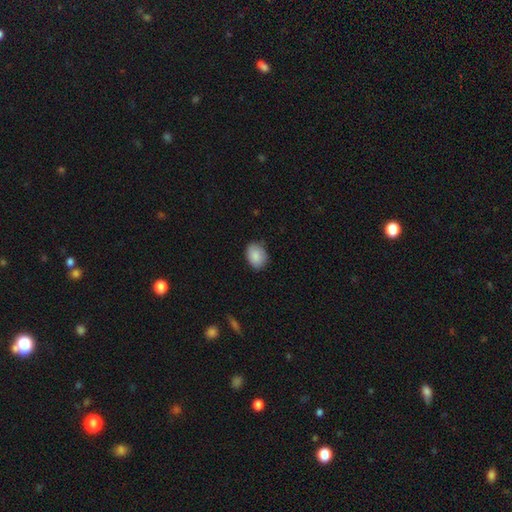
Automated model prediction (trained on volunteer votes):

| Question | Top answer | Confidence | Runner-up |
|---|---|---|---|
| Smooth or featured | smooth | 87% | star or artifact (7%) |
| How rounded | in between | 71% | round (28%) |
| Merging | none | 80% | minor disturbance (16%) |